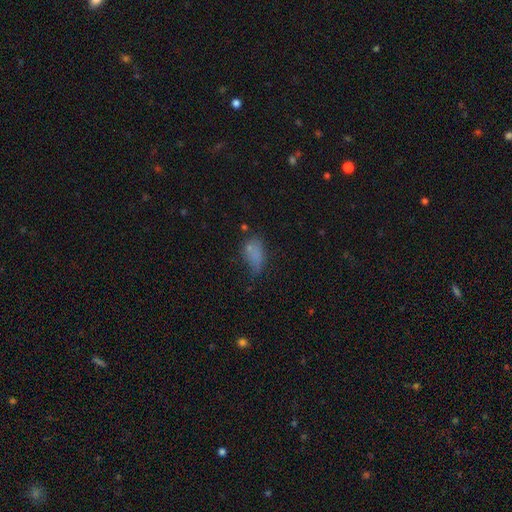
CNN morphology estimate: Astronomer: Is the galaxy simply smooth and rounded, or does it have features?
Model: smooth — 70%.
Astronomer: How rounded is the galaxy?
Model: in between — 85%.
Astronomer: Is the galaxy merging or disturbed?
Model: none — 35% (runner-up: minor disturbance, 31%).